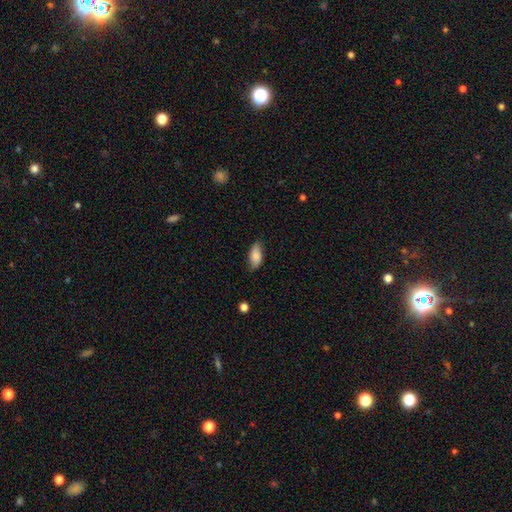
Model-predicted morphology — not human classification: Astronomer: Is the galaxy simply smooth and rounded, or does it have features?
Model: smooth — 82%.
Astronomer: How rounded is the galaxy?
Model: in between — 90%.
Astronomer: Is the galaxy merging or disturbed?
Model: none — 77%.